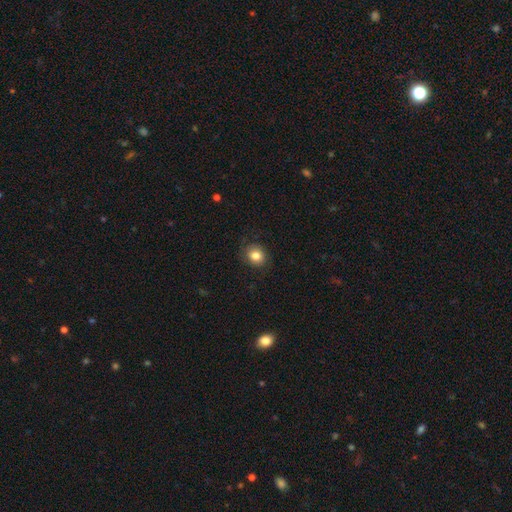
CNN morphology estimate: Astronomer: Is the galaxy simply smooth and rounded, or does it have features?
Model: smooth — 82%.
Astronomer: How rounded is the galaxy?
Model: round — 72%.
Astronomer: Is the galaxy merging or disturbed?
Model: none — 82%.